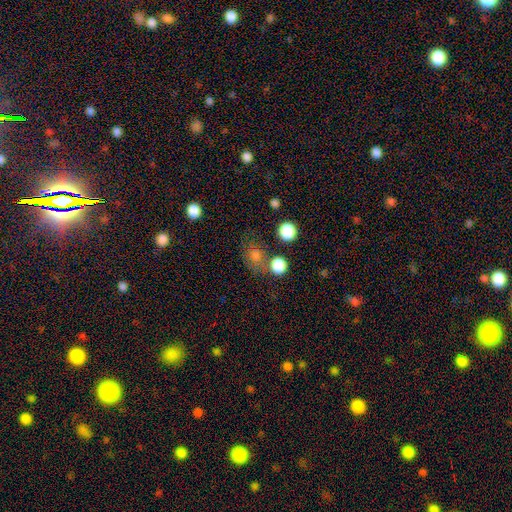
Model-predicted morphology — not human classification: smooth_or_featured: smooth (p=0.70) [alt: star or artifact p=0.20]
how_rounded: round (p=0.68) [alt: in between p=0.31]
merging: none (p=0.65) [alt: merger p=0.15]